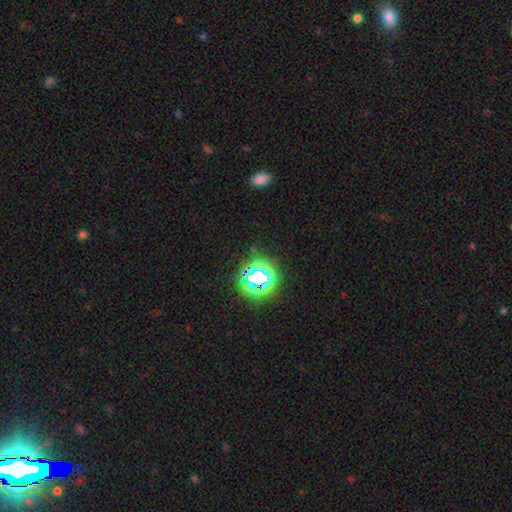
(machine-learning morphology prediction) Smooth or featured? Predicted: star or artifact (p=0.71).